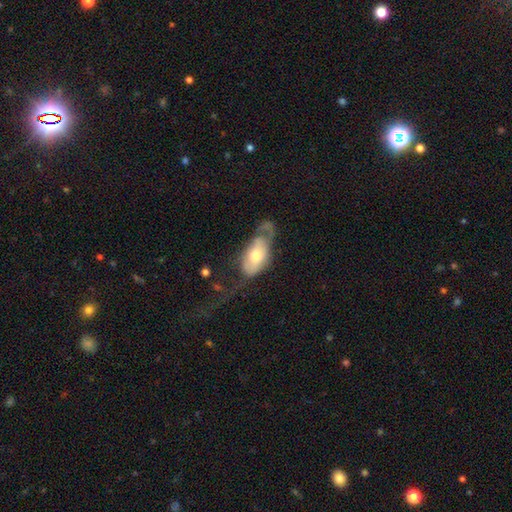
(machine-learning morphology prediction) smooth-or-featured: smooth: 51% | featured or disk: 43% | star or artifact: 6%
  how-rounded: in between: 90% | cigar-shaped: 6% | round: 5%
  merging: major disturbance: 51% | none: 22% | minor disturbance: 21% | merger: 5%